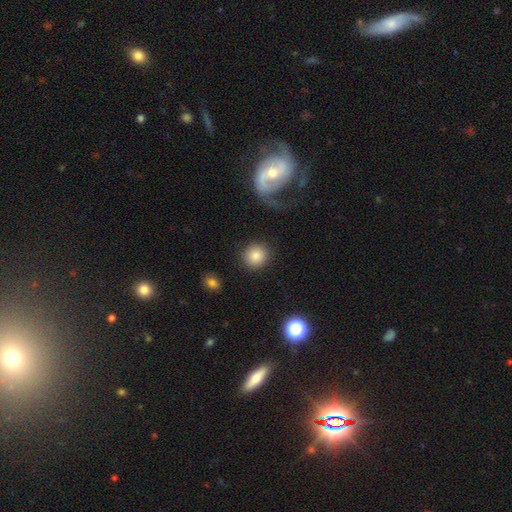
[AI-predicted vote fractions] smooth 85%, star or artifact 9%, featured or disk 6%. Down the decision tree: how rounded — round (91%); merging — none (88%).